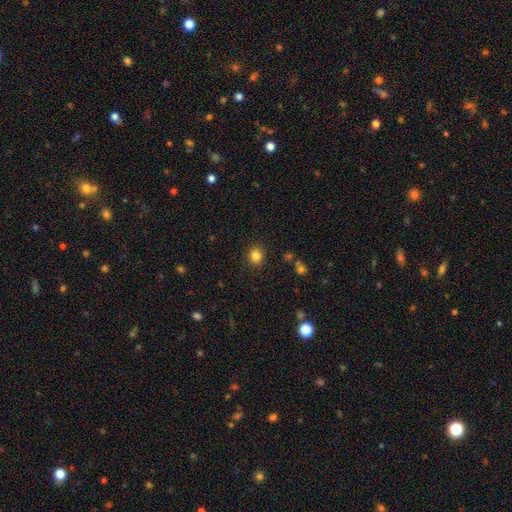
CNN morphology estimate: Smooth or featured?
  - smooth: 83% *
  - star or artifact: 12%
  - featured or disk: 5%
How rounded?
  - round: 71% *
  - in between: 28%
  - cigar-shaped: 1%
Merging?
  - none: 89% *
  - minor disturbance: 7%
  - major disturbance: 2%
  - merger: 2%